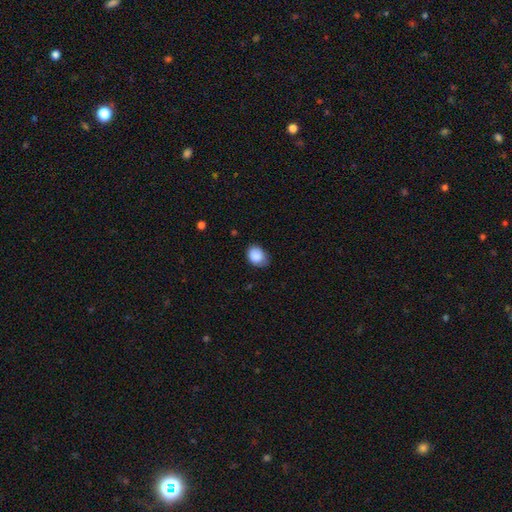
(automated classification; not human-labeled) A smooth galaxy with no disk features (87%) that is in between round and cigar-shaped (61%). Merging: none (63%).